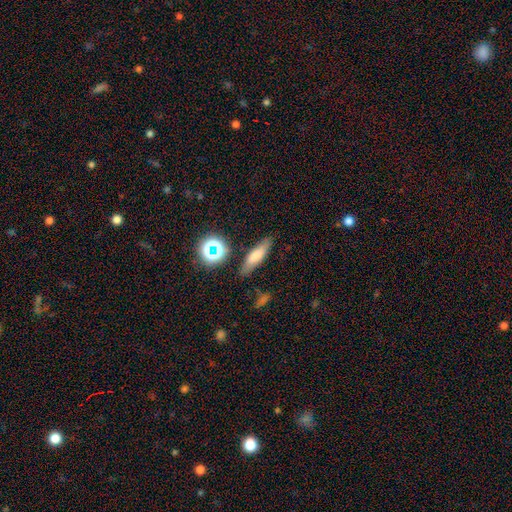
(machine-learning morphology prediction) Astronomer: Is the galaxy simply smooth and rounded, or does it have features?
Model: smooth — 68%.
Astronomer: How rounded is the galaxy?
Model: cigar-shaped — 56% (runner-up: in between, 39%).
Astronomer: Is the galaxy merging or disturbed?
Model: none — 81%.